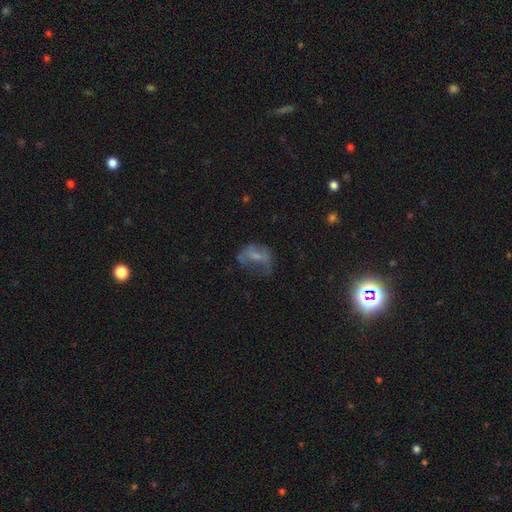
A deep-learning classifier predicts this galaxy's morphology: featured or disk 44%, smooth 41%, star or artifact 15%. Down the decision tree: merging — major disturbance (40%).